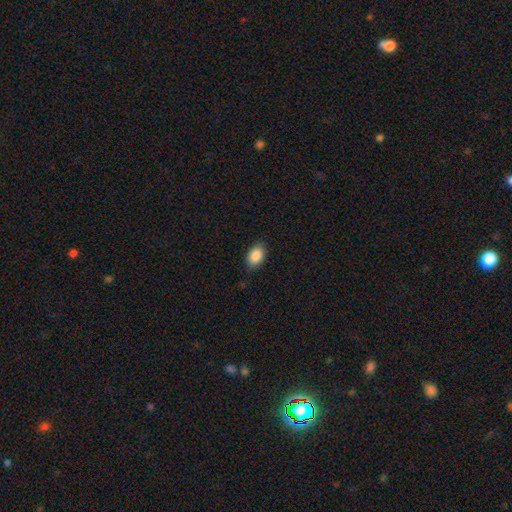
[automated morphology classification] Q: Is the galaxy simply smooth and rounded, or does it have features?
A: smooth — 88%.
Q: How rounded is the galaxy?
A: in between — 88%.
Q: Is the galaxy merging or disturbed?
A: none — 83%.